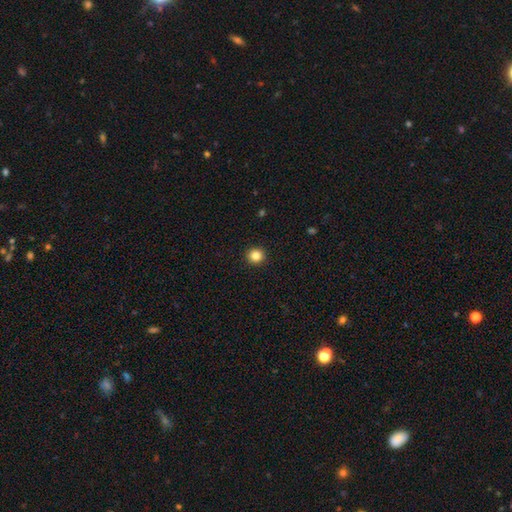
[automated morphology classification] smooth_or_featured: smooth (p=0.84) [alt: star or artifact p=0.11]
how_rounded: round (p=0.94) [alt: in between p=0.05]
merging: none (p=0.93) [alt: minor disturbance p=0.04]